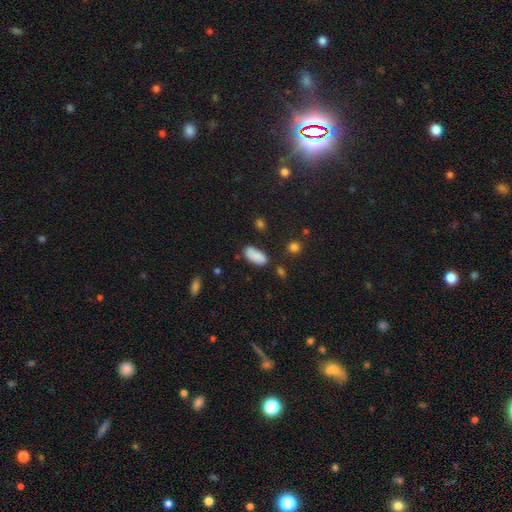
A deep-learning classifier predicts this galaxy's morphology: Overall: smooth (79%). How rounded: in between (90%). Merging: none (64%).